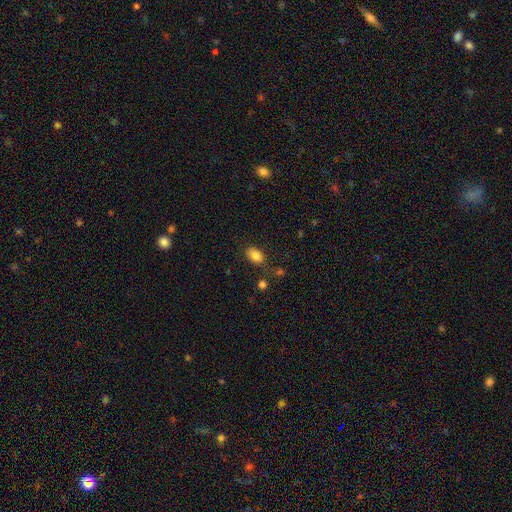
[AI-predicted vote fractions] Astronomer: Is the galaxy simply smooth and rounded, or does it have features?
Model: smooth — 84%.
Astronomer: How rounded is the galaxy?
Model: in between — 88%.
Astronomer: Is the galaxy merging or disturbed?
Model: none — 77%.